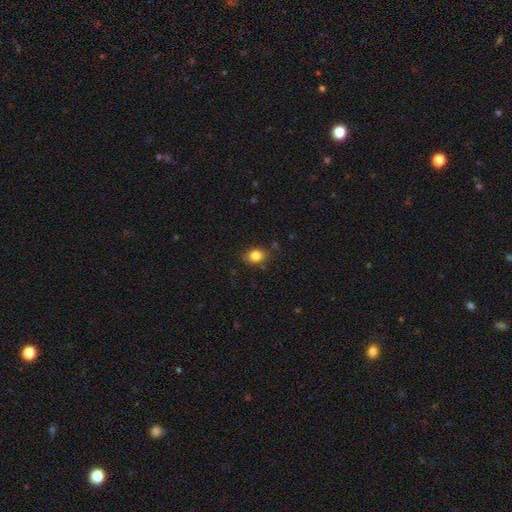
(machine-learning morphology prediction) Smooth or featured: smooth — 84% (star or artifact — 10%)
How rounded: in between — 55% (round — 44%)
Merging: none — 80% (minor disturbance — 15%)